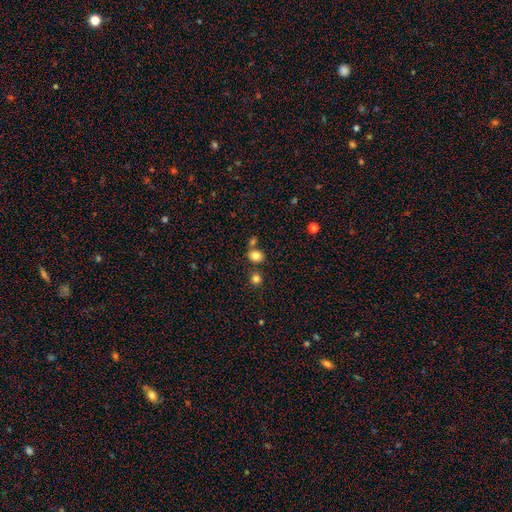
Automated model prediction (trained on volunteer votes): Morphology: type=smooth (81%); roundness=round (65%); merging=none (69%).